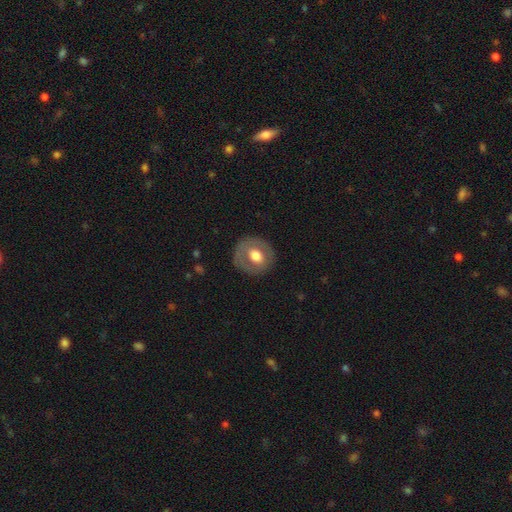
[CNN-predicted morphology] smooth-or-featured: smooth: 55% | featured or disk: 39% | star or artifact: 6%
  how-rounded: round: 79% | in between: 20% | cigar-shaped: 1%
  merging: none: 82% | minor disturbance: 12% | major disturbance: 5% | merger: 1%